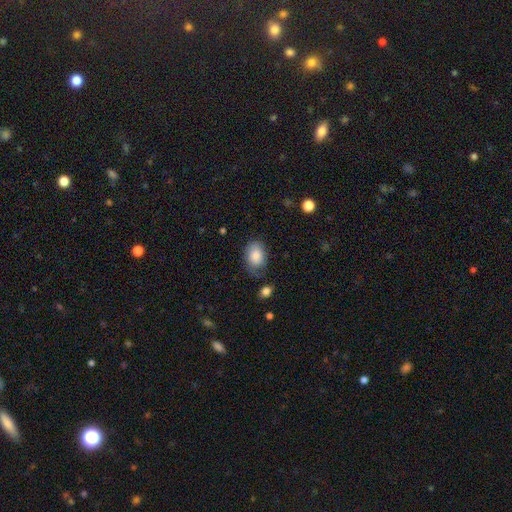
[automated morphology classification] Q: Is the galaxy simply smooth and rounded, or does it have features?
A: smooth — 80%.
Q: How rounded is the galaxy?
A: in between — 80%.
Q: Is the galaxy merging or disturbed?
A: none — 58%.